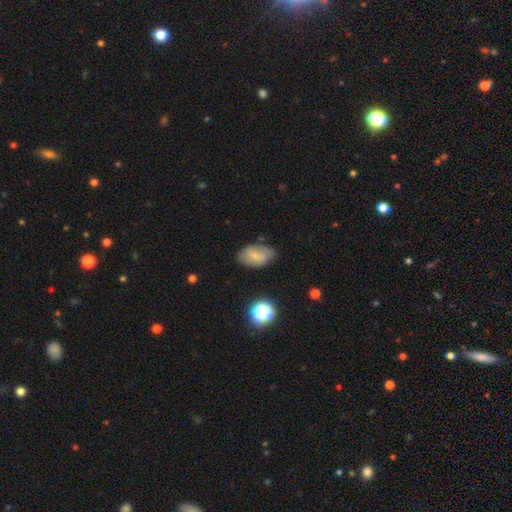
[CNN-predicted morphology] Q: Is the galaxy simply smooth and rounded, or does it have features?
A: smooth — 67%.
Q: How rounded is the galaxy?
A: in between — 91%.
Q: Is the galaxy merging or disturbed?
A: none — 67%.